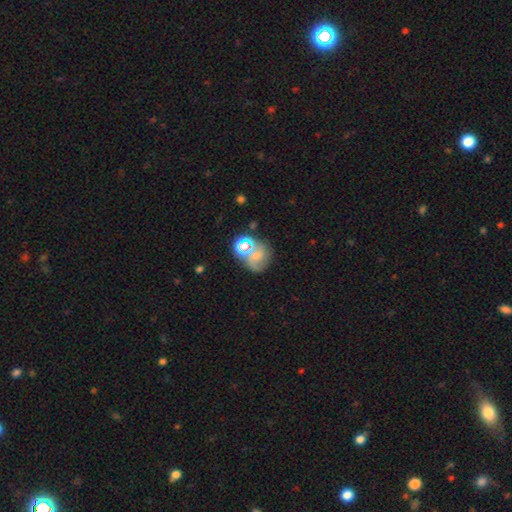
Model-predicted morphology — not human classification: Smooth or featured? smooth (48%)
Merging? none (55%)